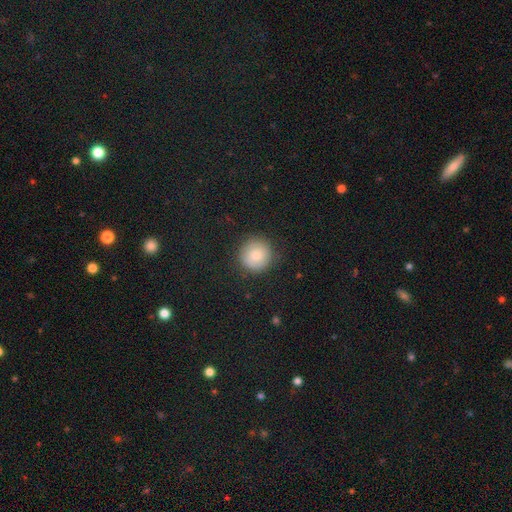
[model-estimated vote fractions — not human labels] smooth_or_featured: smooth (p=0.79) [alt: featured or disk p=0.12]
how_rounded: round (p=0.94) [alt: in between p=0.05]
merging: none (p=0.86) [alt: minor disturbance p=0.10]